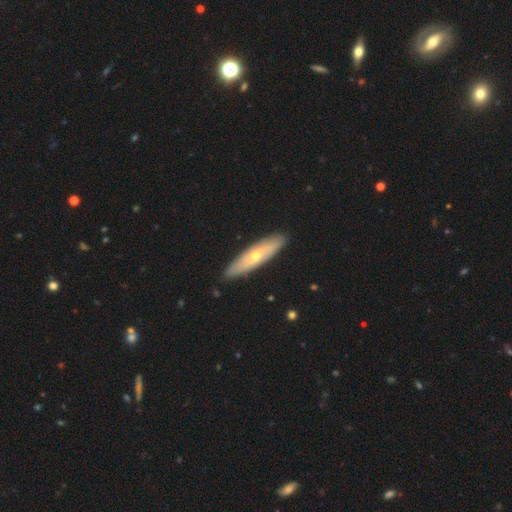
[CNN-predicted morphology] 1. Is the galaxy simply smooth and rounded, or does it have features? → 50% featured or disk, 45% smooth, 5% star or artifact.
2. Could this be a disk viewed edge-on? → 57% yes, 43% no.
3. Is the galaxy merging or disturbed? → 88% none, 9% minor disturbance, 2% major disturbance, 1% merger.